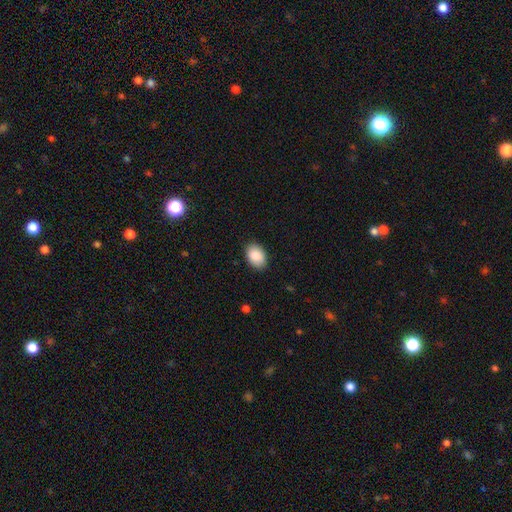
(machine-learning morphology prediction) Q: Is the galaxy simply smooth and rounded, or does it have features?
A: smooth — 86%.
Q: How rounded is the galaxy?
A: in between — 86%.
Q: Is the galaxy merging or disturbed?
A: none — 88%.